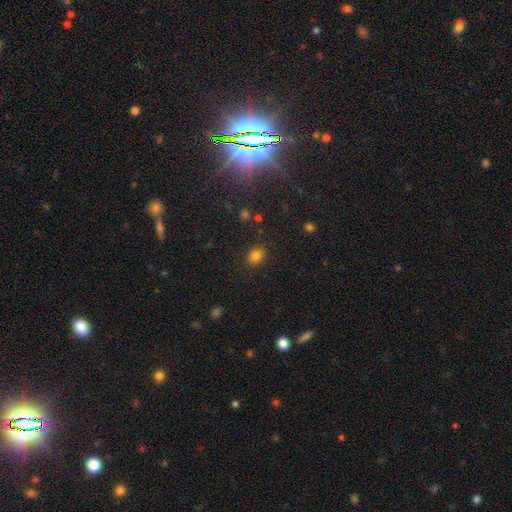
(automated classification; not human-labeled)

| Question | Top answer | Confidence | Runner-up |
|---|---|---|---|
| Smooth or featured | smooth | 82% | star or artifact (13%) |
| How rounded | in between | 62% | round (37%) |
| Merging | none | 86% | minor disturbance (10%) |